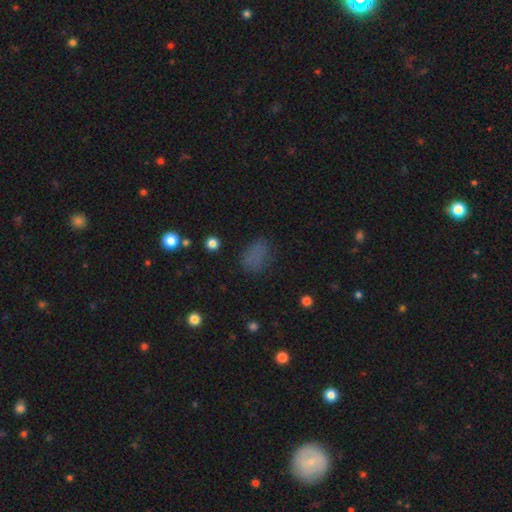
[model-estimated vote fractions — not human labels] smooth_or_featured: smooth (p=0.73) [alt: star or artifact p=0.20]
how_rounded: in between (p=0.77) [alt: round p=0.21]
merging: none (p=0.67) [alt: minor disturbance p=0.21]